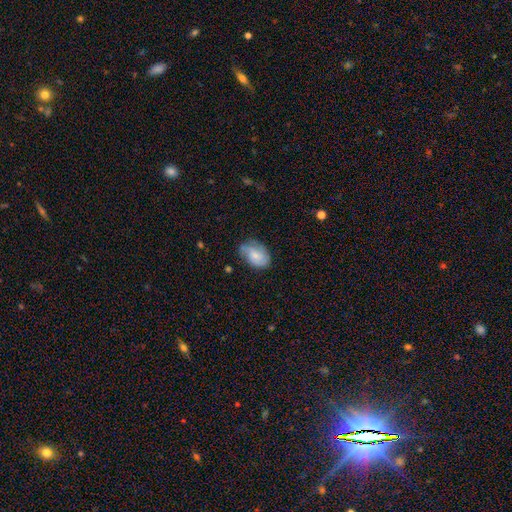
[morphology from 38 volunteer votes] Smooth or featured? 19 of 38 (50%) said smooth. How rounded? 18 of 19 (95%) said in between. Merging? 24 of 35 (69%) said none.